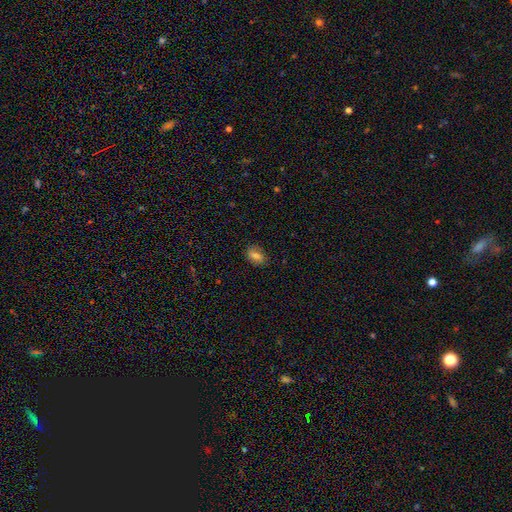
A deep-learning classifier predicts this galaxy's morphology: Smooth or featured: smooth — 74% (featured or disk — 14%)
How rounded: in between — 80% (round — 17%)
Merging: none — 81% (minor disturbance — 15%)